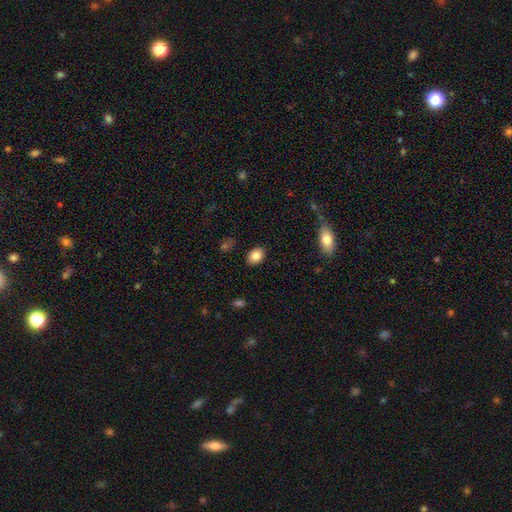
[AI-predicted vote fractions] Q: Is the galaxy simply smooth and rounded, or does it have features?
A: smooth — 84%.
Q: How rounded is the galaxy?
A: in between — 75%.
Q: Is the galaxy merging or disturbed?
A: none — 87%.